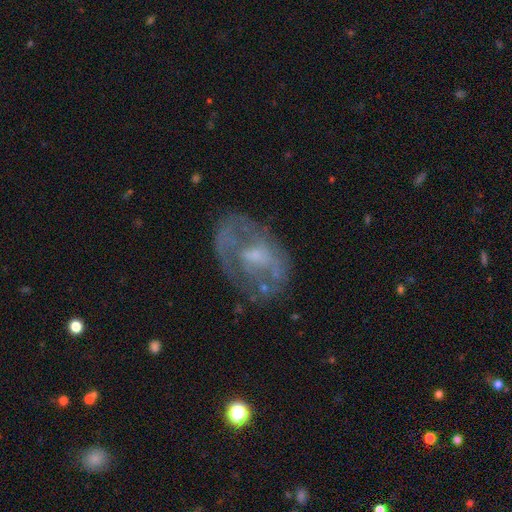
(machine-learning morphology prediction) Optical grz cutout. It shows a featured or disk galaxy (68%) with no bar (59%), spiral arms (51%) and a small central bulge (49%). Merging: none (60%).